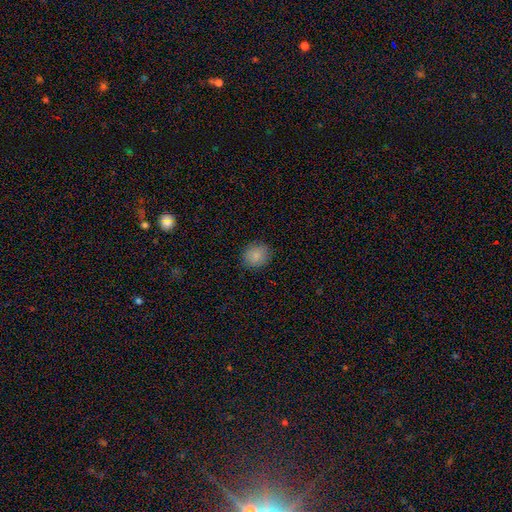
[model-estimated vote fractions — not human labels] Smooth or featured?
  - smooth: 86% *
  - star or artifact: 9%
  - featured or disk: 5%
How rounded?
  - round: 77% *
  - in between: 22%
  - cigar-shaped: 1%
Merging?
  - none: 88% *
  - minor disturbance: 9%
  - major disturbance: 2%
  - merger: 1%